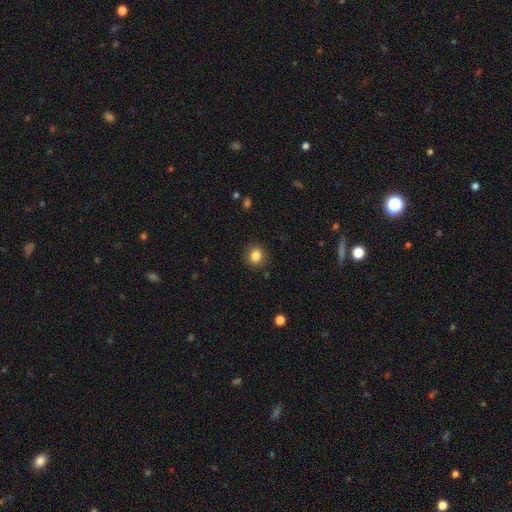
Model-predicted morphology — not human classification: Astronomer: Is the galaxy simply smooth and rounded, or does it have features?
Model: smooth — 85%.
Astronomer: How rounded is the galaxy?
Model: round — 76%.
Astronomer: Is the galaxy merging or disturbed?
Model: none — 88%.